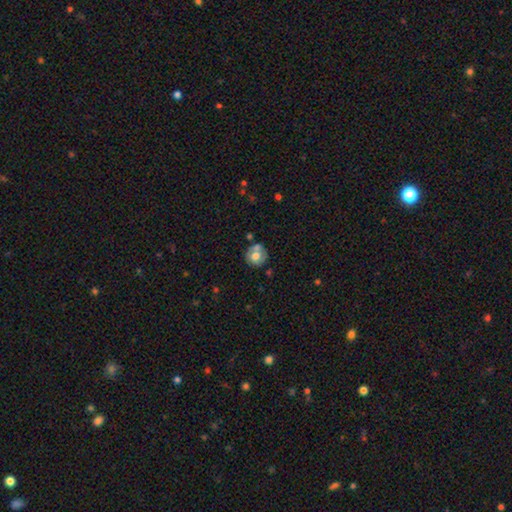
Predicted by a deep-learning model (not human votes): This is likely a smooth galaxy (62%). How rounded: clearly round (88%). Merging: likely none (64%).